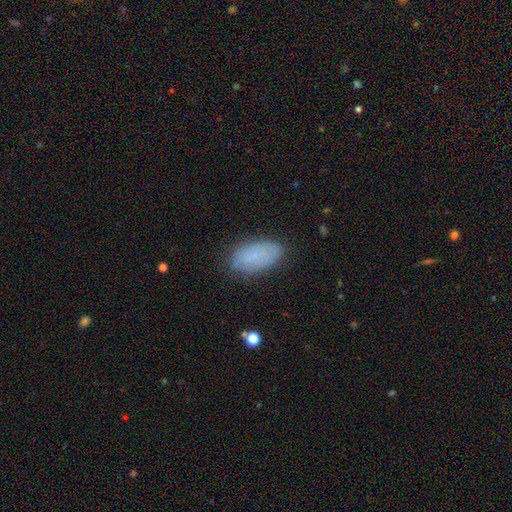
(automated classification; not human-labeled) Smooth or featured? smooth (73%)
How rounded? in between (94%)
Merging? none (79%)